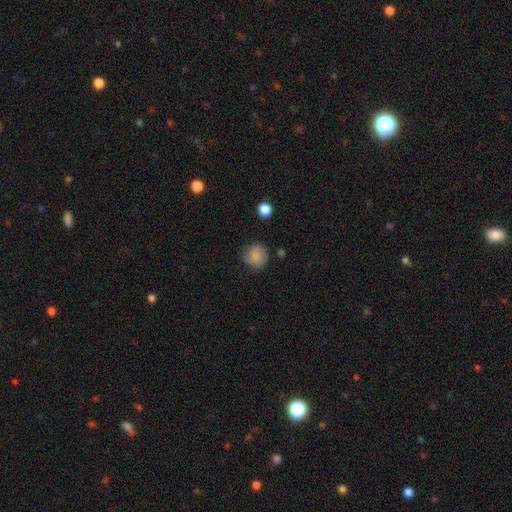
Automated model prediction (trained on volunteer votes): smooth 81%, featured or disk 10%, star or artifact 9%. Down the decision tree: how rounded — round (86%); merging — none (70%).